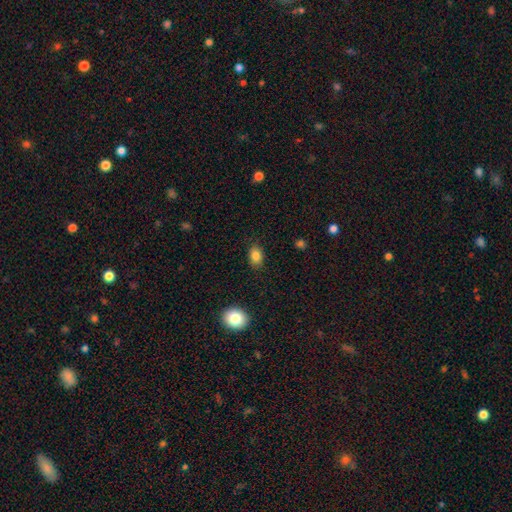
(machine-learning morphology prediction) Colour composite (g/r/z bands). It shows a smooth galaxy with no disk features (84%) that is in between round and cigar-shaped (80%). Merging: none (86%).